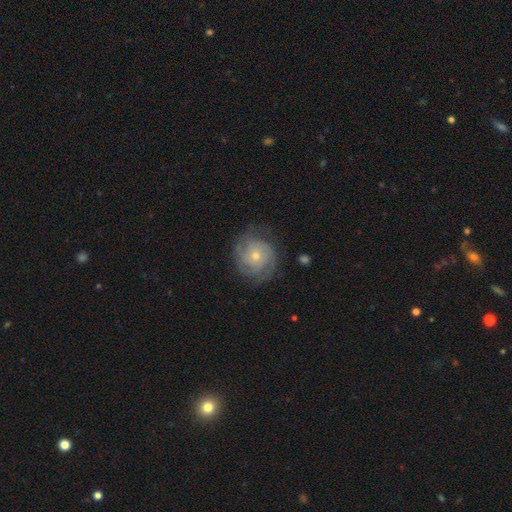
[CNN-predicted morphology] Smooth or featured: featured or disk — 77% (smooth — 15%)
Edge-on disk: no — 98% (yes — 2%)
Bar: no — 80% (weak — 17%)
Spiral arms: yes — 94% (no — 6%)
Spiral winding: tight — 69% (medium — 25%)
Spiral arm count: 2 — 28% (tied with can't tell — 28%)
Bulge size: small — 58% (moderate — 38%)
Merging: none — 77% (minor disturbance — 15%)